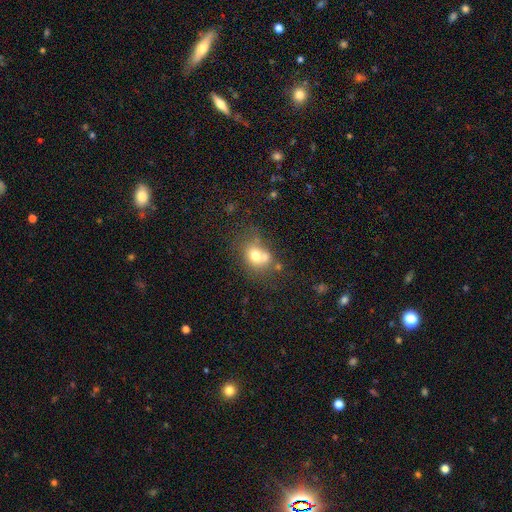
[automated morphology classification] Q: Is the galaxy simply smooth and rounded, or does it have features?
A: smooth — 69%.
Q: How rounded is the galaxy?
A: round — 60%.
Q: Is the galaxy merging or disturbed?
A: none — 41%.